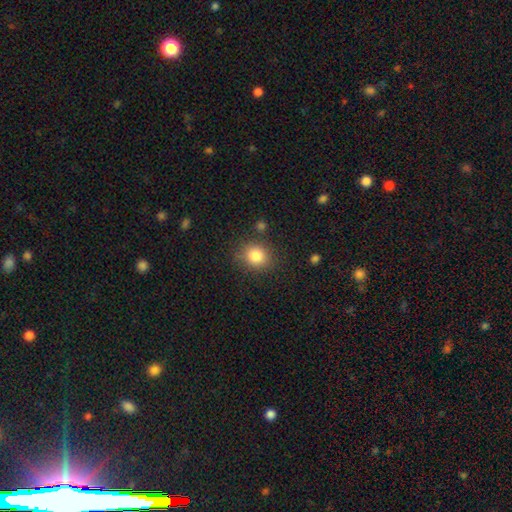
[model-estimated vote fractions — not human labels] This is clearly a smooth galaxy (83%). How rounded: likely round (75%). Merging: clearly none (81%).